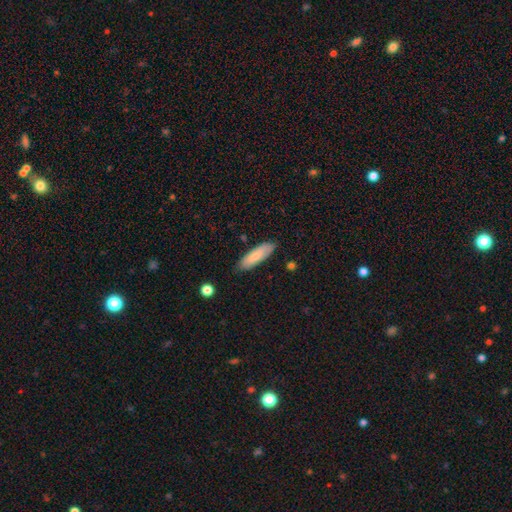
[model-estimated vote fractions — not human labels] A smooth galaxy with no disk features (81%) that is cigar-shaped (52%). Merging: none (84%).